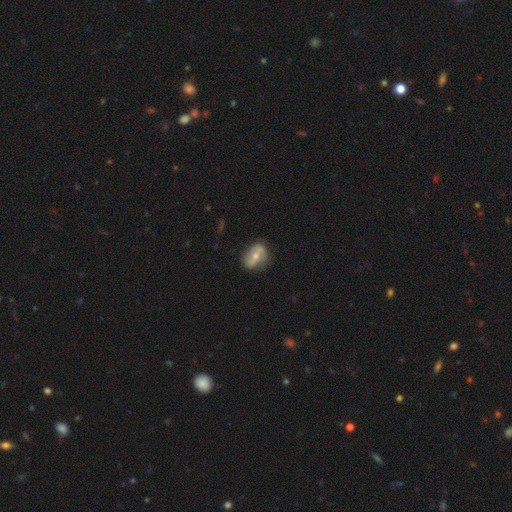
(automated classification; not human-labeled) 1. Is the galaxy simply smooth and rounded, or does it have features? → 54% featured or disk, 39% smooth, 7% star or artifact.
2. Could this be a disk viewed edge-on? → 92% no, 8% yes.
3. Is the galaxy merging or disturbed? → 69% none, 22% minor disturbance, 7% major disturbance, 2% merger.